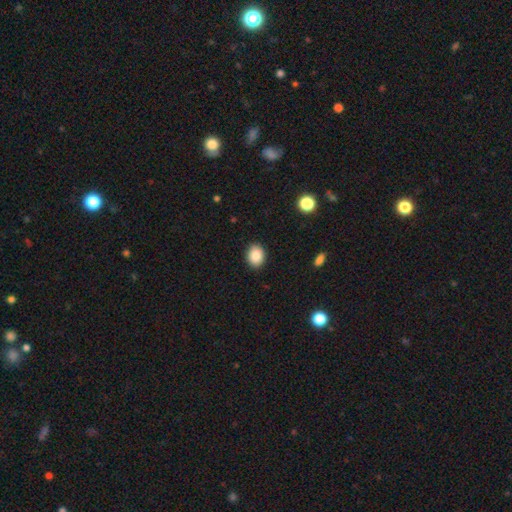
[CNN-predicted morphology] smooth-or-featured: smooth: 87% | star or artifact: 8% | featured or disk: 5%
  how-rounded: in between: 52% | round: 47% | cigar-shaped: 1%
  merging: none: 90% | minor disturbance: 7% | major disturbance: 2% | merger: 1%